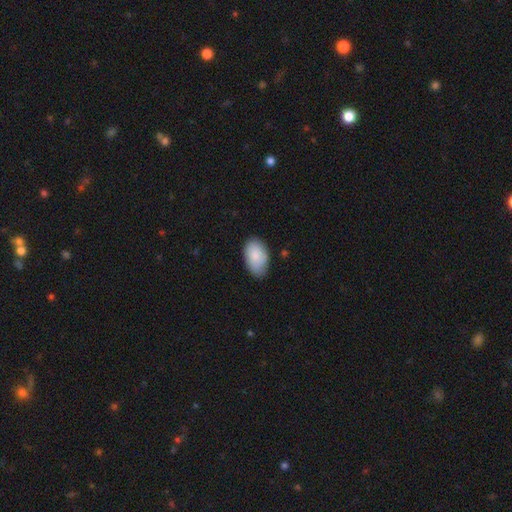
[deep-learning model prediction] smooth 85%, featured or disk 9%, star or artifact 6%. Down the decision tree: how rounded — in between (93%); merging — none (73%).